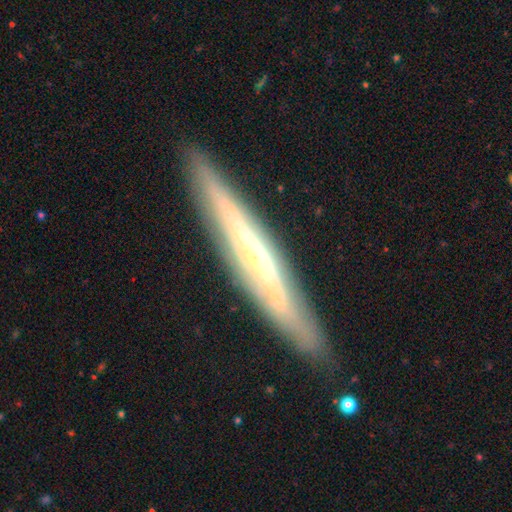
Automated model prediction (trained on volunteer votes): Smooth or featured? Predicted: featured or disk (p=0.76). Edge-on disk? Predicted: yes (p=0.84). Edge-on bulge? Predicted: rounded (p=0.49). Merging? Predicted: none (p=0.86).